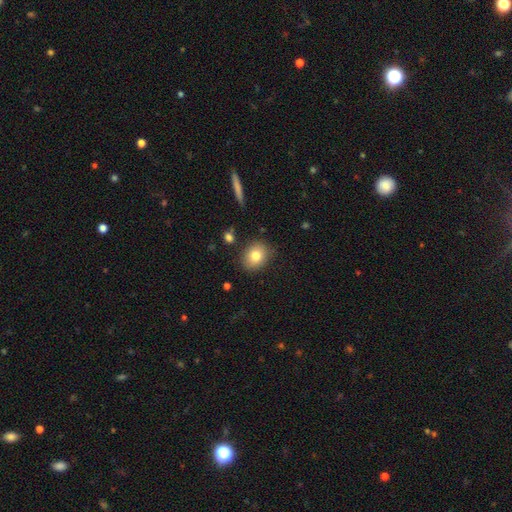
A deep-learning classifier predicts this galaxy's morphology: smooth-or-featured: smooth: 79% | featured or disk: 11% | star or artifact: 10%
  how-rounded: round: 54% | in between: 45% | cigar-shaped: 1%
  merging: none: 85% | minor disturbance: 10% | major disturbance: 3% | merger: 2%